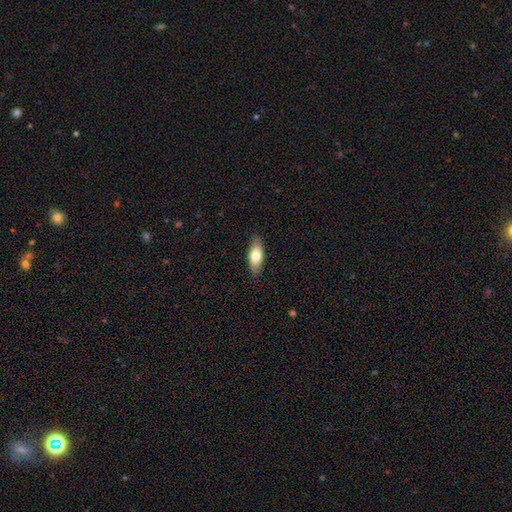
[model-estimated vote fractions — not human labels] A smooth galaxy with no disk features (73%) that is in between round and cigar-shaped (80%).

Vote fractions:
- Smooth or featured? smooth: 73% / featured or disk: 21% / star or artifact: 6%
- How rounded? in between: 80% / cigar-shaped: 17% / round: 3%
- Merging? none: 84% / minor disturbance: 13% / major disturbance: 2% / merger: 1%